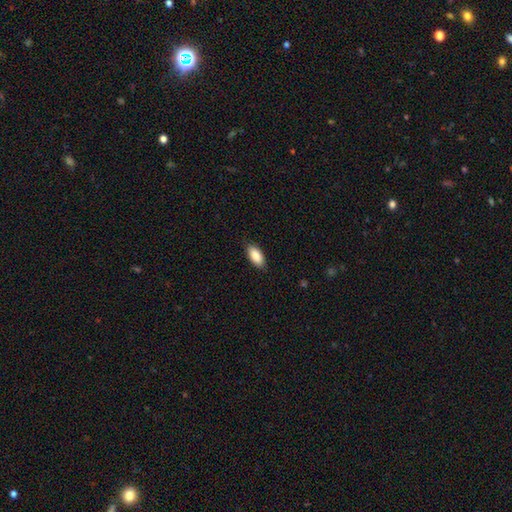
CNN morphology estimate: Smooth or featured? smooth (89%)
How rounded? in between (90%)
Merging? none (87%)